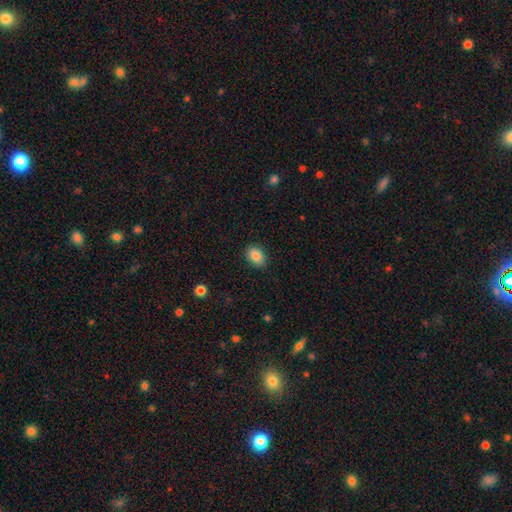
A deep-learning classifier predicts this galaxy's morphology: Smooth or featured? Predicted: smooth (p=0.86). How rounded? Predicted: in between (p=0.72). Merging? Predicted: none (p=0.87).